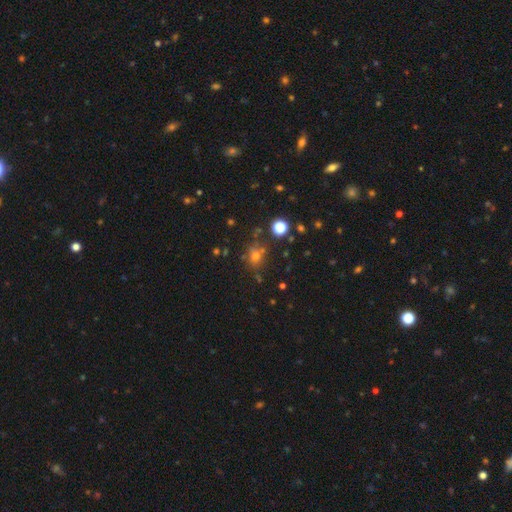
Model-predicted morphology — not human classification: This appears to be a smooth galaxy with no disk features (61%) that is round (68%). Merging: none (68%).